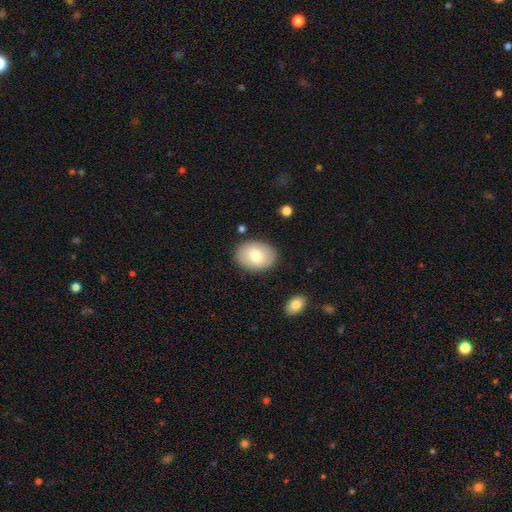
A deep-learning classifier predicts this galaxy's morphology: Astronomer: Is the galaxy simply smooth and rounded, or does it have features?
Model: smooth — 77%.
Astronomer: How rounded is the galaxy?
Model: in between — 74%.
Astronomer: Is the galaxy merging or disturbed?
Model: none — 87%.